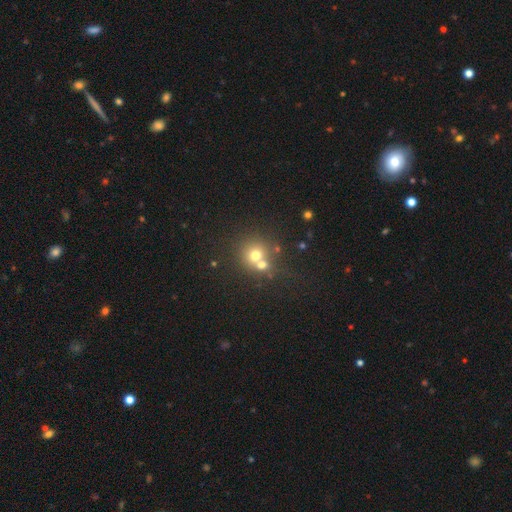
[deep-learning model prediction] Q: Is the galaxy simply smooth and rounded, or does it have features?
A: smooth — 67%.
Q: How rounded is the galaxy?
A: round — 87%.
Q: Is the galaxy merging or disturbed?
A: merger — 45%.